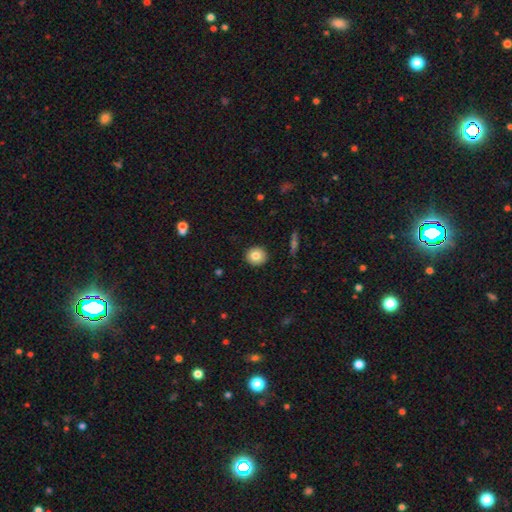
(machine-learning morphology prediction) Q: Smooth or featured?
A: smooth (81%); runner-up: featured or disk (10%)
Q: How rounded?
A: round (89%); runner-up: in between (10%)
Q: Merging?
A: none (91%); runner-up: minor disturbance (6%)